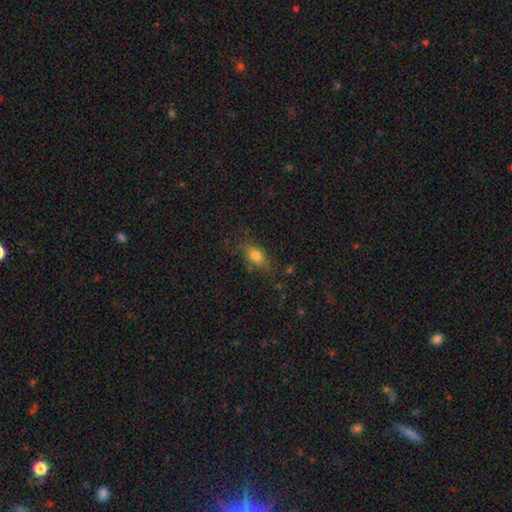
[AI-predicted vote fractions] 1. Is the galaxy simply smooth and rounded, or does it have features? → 76% smooth, 13% featured or disk, 11% star or artifact.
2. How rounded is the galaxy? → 77% in between, 13% round, 10% cigar-shaped.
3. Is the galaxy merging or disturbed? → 71% none, 20% minor disturbance, 7% major disturbance, 2% merger.